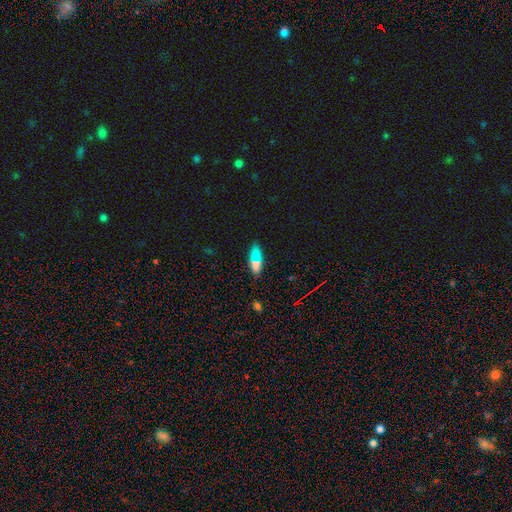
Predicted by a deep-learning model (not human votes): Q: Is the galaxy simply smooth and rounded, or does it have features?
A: smooth — 71%.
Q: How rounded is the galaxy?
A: in between — 70%.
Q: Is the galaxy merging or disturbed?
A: none — 81%.